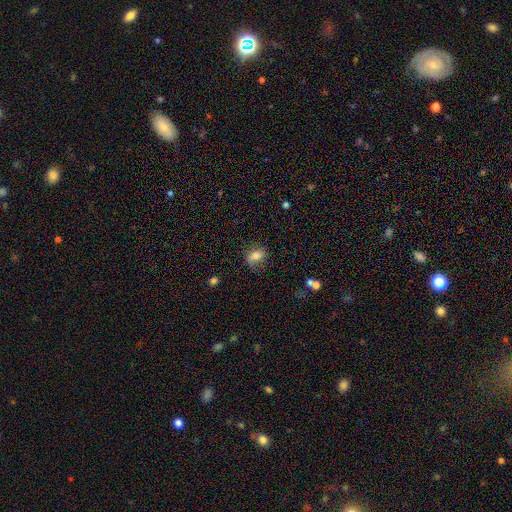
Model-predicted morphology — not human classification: A smooth galaxy with no disk features (72%) that is in between round and cigar-shaped (65%). Merging: none (66%).